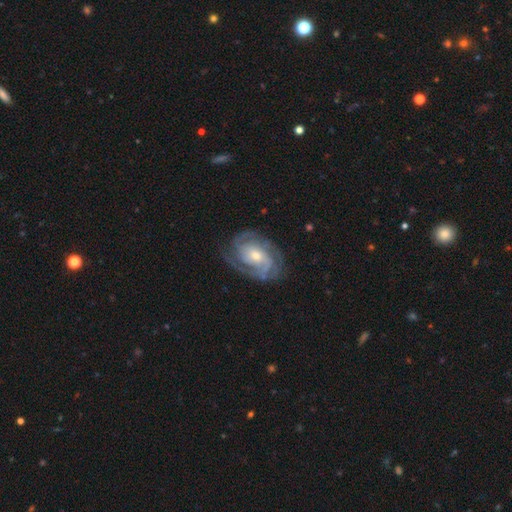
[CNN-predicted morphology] smooth-or-featured: featured or disk: 88% | smooth: 7% | star or artifact: 5%
  disk-edge-on: no: 97% | yes: 3%
    bar: no: 65% | weak: 27% | strong: 8%
    has-spiral-arms: yes: 97% | no: 3%
      spiral-winding: tight: 63% | medium: 31% | loose: 6%
      spiral-arm-count: 2: 35% | 3: 29% | can't tell: 19% | 4: 8% | 1: 5% | more than 4: 5%
    bulge-size: moderate: 54% | small: 40% | large: 4% | none: 1% | dominant: 1%
  merging: none: 76% | minor disturbance: 16% | major disturbance: 7% | merger: 1%